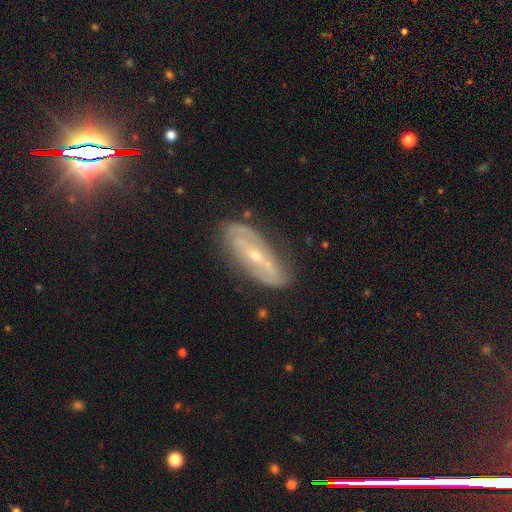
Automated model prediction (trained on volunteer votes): Smooth or featured: featured or disk — 79% (smooth — 14%)
Edge-on disk: no — 82% (yes — 18%)
Bar: strong — 43% (weak — 29%)
Spiral arms: yes — 74% (no — 26%)
Bulge size: small — 63% (moderate — 34%)
Merging: none — 79% (minor disturbance — 16%)